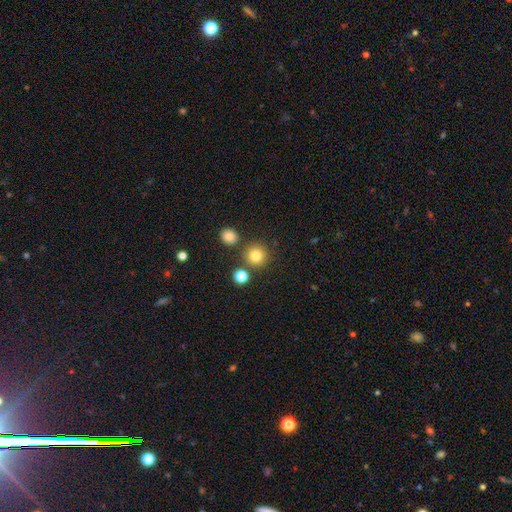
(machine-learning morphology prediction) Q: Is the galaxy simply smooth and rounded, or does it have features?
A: smooth — 81%.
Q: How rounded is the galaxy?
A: round — 93%.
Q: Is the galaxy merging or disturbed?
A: none — 83%.